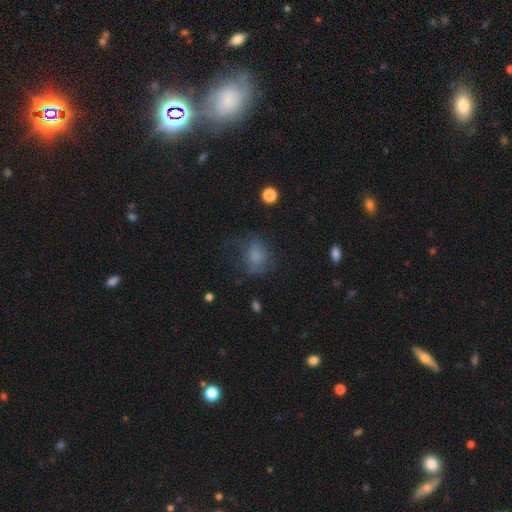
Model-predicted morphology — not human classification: Smooth or featured? smooth (70%)
How rounded? round (51%)
Merging? none (51%)